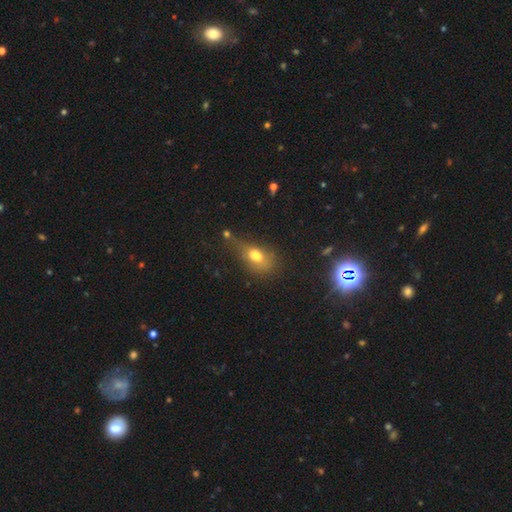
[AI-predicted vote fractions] This appears to be a smooth galaxy with no disk features (71%) that is in between round and cigar-shaped (78%). Merging: none (35%).